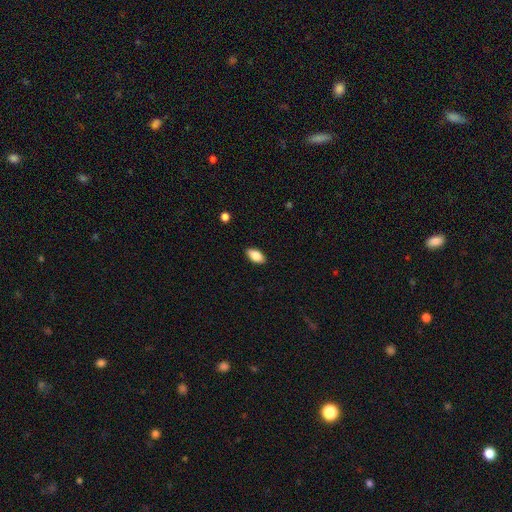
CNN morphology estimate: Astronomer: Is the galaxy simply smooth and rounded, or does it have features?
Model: smooth — 83%.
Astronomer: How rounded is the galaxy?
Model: in between — 91%.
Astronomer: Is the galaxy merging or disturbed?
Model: none — 88%.